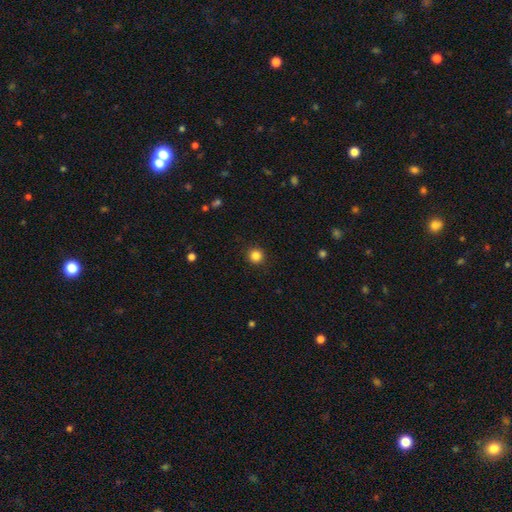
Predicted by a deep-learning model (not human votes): Smooth or featured? smooth (84%)
How rounded? round (95%)
Merging? none (92%)